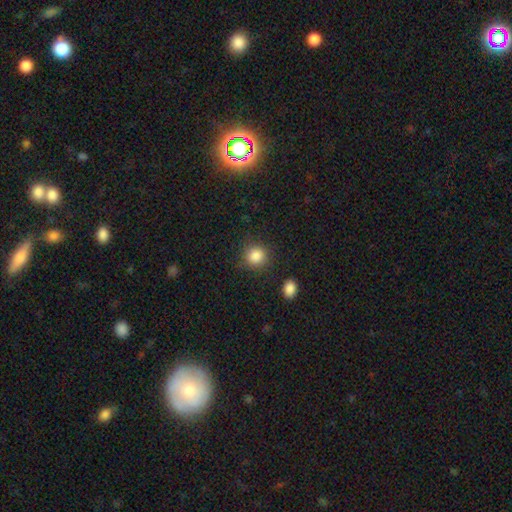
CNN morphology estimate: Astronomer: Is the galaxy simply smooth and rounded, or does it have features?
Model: smooth — 86%.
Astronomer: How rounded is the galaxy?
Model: round — 88%.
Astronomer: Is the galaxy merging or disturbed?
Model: none — 85%.